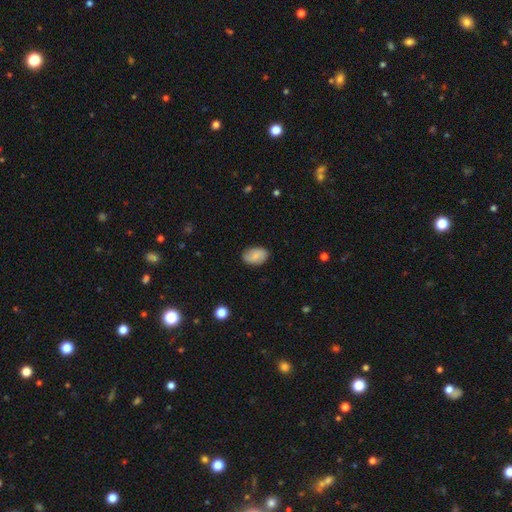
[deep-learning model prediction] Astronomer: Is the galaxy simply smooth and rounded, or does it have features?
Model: smooth — 73%.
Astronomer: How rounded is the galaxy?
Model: in between — 88%.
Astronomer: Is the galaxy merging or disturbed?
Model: none — 84%.